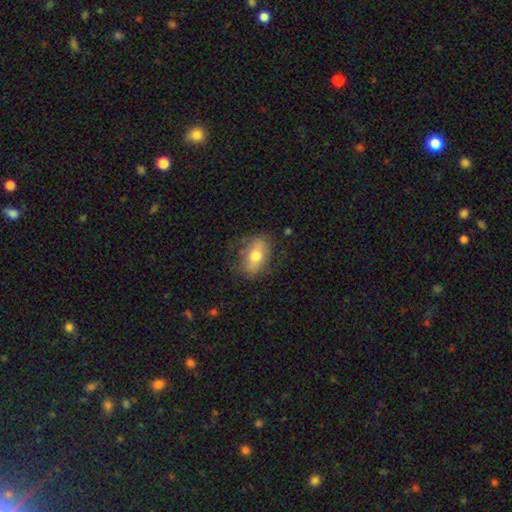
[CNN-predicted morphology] Overall: smooth (62%; featured or disk 31%). How rounded: in between (82%). Merging: none (71%).